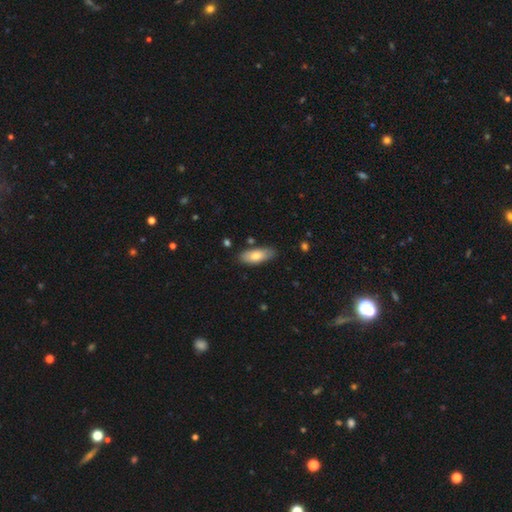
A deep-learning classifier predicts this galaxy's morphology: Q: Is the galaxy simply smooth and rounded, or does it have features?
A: smooth — 74%.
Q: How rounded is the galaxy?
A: in between — 78%.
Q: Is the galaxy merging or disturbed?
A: none — 78%.